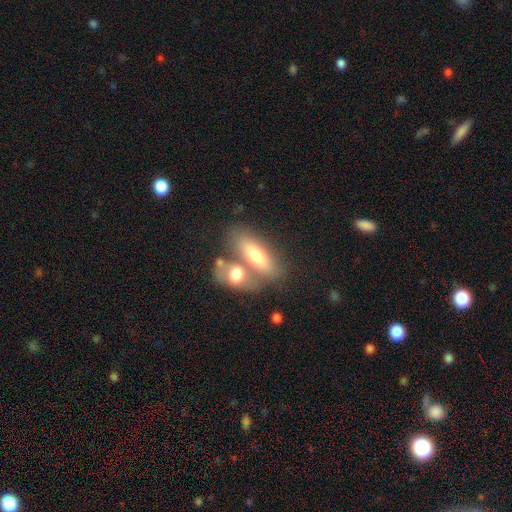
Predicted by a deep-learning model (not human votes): Smooth or featured?
  - smooth: 64% *
  - featured or disk: 30%
  - star or artifact: 6%
How rounded?
  - in between: 71% *
  - cigar-shaped: 24%
  - round: 5%
Merging?
  - merger: 47% *
  - none: 37%
  - minor disturbance: 10%
  - major disturbance: 5%